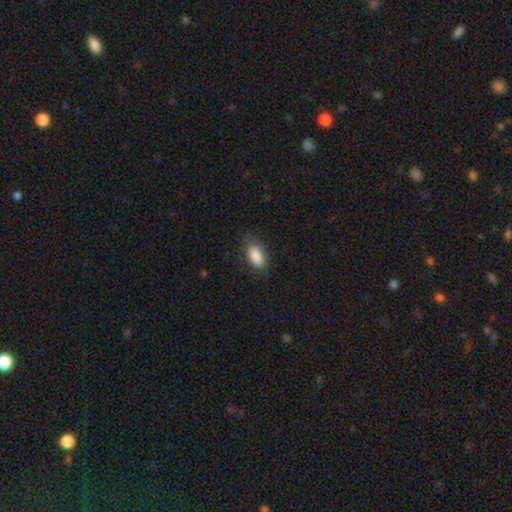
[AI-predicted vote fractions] Overall: smooth (87%). How rounded: in between (89%). Merging: none (76%).